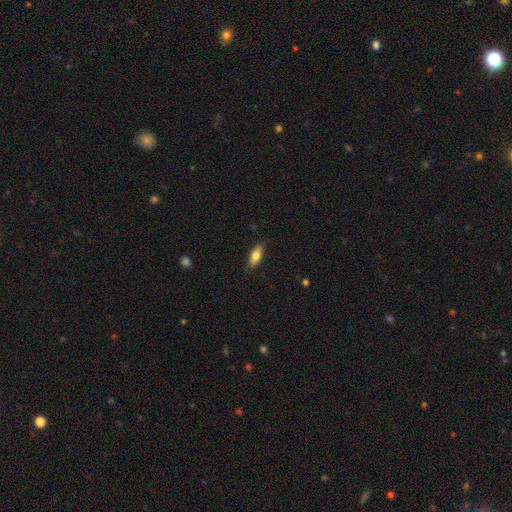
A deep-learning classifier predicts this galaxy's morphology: This appears to be a smooth galaxy with no disk features (68%) that is in between round and cigar-shaped (67%). Merging: none (86%).